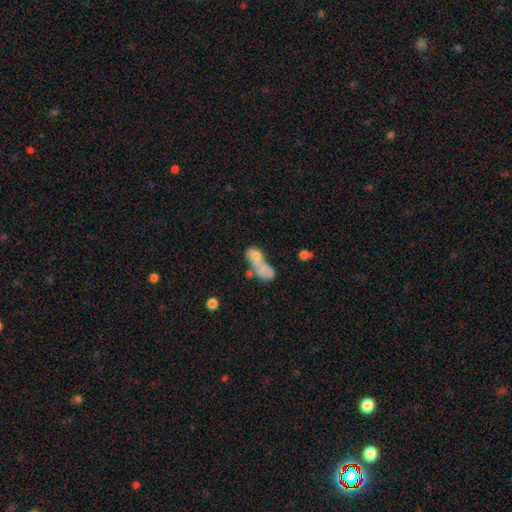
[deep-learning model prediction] The model was most divided on "smooth or featured": smooth: 58%, featured or disk: 31%, star or artifact: 11%. More confident: how rounded — in between (70%); merging — merger (64%).